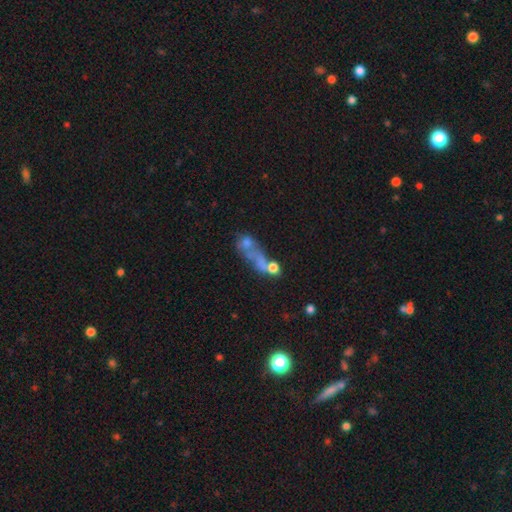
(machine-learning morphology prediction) Smooth or featured? smooth (38%)
Merging? merger (38%)